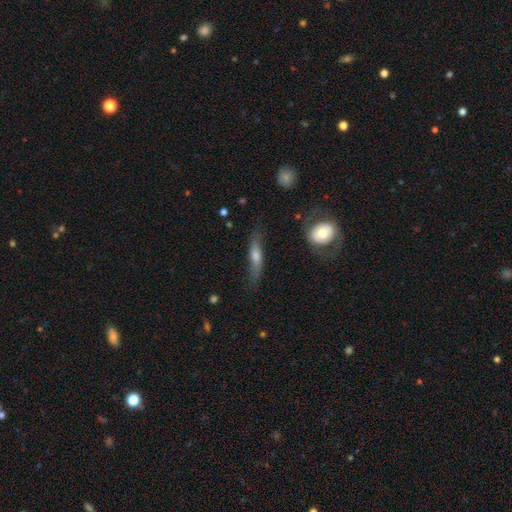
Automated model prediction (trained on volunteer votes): This appears to be a featured or disk galaxy (51%) viewed edge-on (70%). Merging: none (73%).